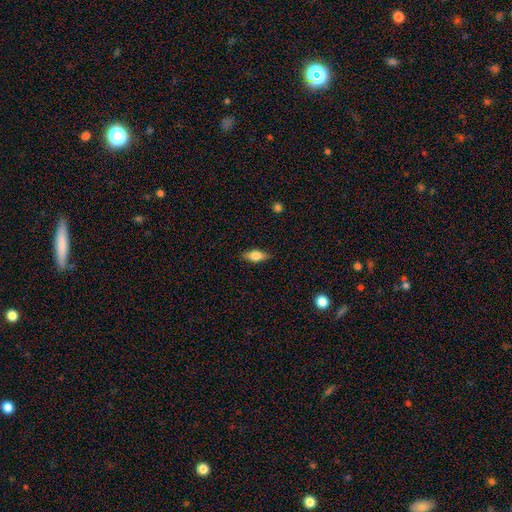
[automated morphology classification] Smooth or featured? smooth (72%)
How rounded? in between (79%)
Merging? none (85%)